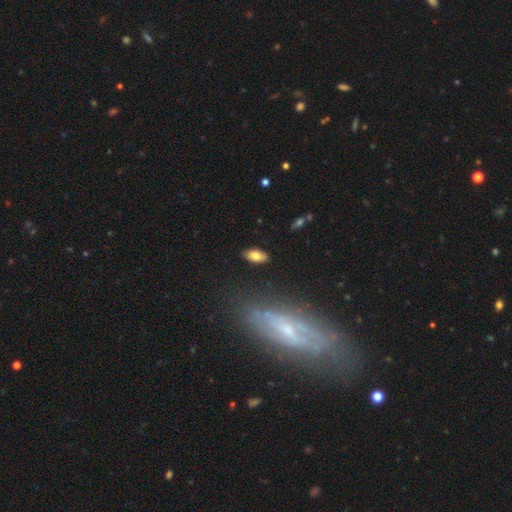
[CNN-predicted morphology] smooth 78%, featured or disk 14%, star or artifact 8%. Down the decision tree: how rounded — in between (92%); merging — none (87%).